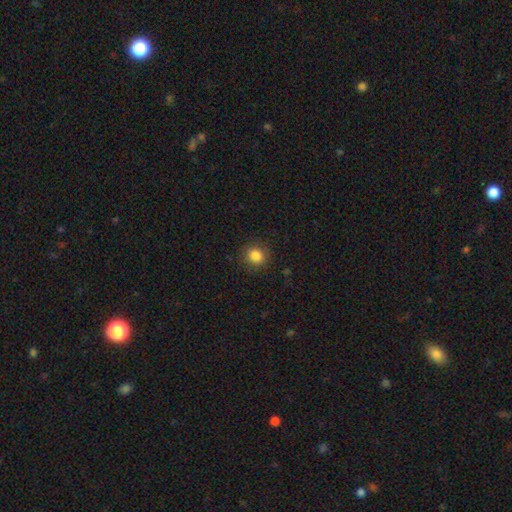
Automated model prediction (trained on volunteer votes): Smooth or featured? Predicted: smooth (p=0.85). How rounded? Predicted: round (p=0.84). Merging? Predicted: none (p=0.88).